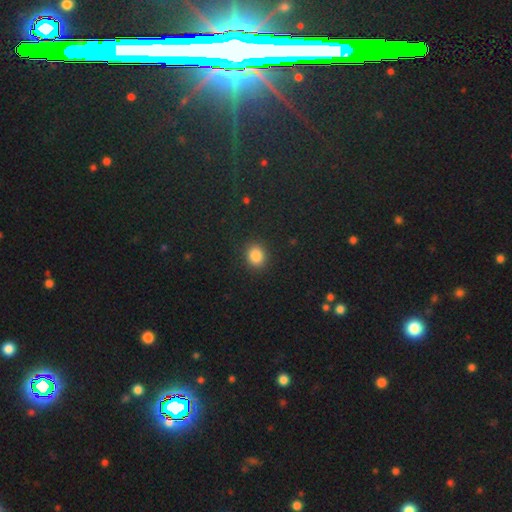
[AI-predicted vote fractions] Smooth or featured: smooth — 85% (star or artifact — 11%)
How rounded: round — 75% (in between — 24%)
Merging: none — 90% (minor disturbance — 7%)